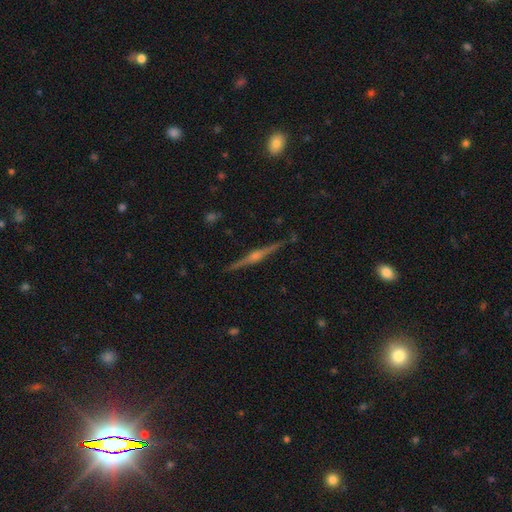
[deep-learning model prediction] featured or disk 85%, smooth 8%, star or artifact 6%. Down the decision tree: edge-on disk — yes (99%); edge-on bulge — rounded (88%); merging — none (92%).